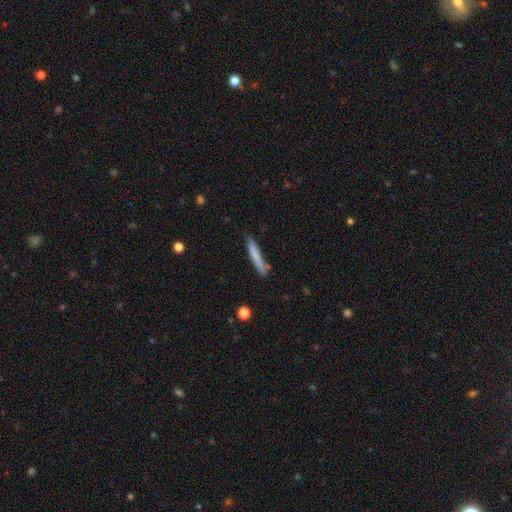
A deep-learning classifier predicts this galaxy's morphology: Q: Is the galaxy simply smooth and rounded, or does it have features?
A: smooth — 75%.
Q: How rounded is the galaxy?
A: cigar-shaped — 94%.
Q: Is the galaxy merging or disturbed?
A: none — 73%.